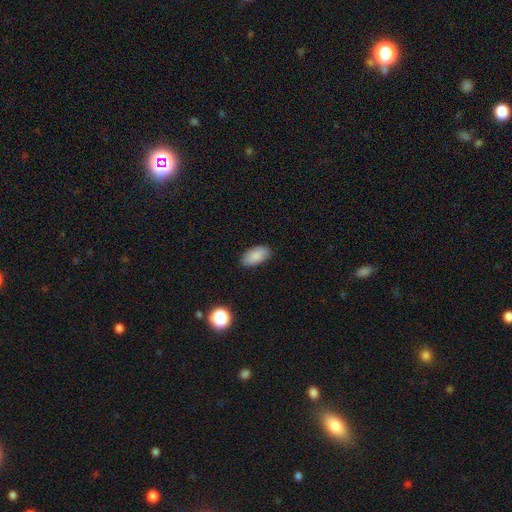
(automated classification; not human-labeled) Overall: smooth (87%). How rounded: in between (94%). Merging: none (86%).